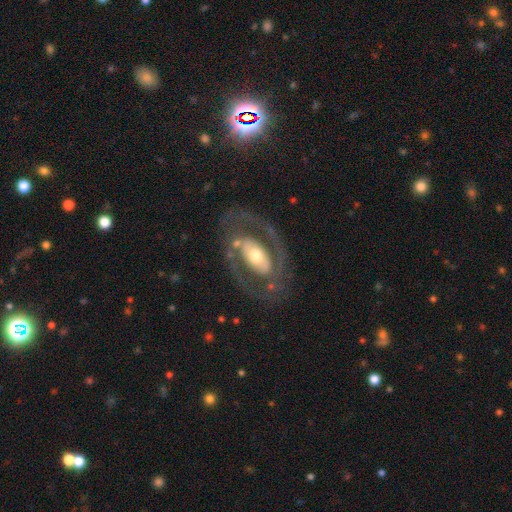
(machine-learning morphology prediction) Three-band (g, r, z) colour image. It shows a featured or disk galaxy (77%) with no bar (47%), spiral arms (57%) and a moderate central bulge (63%). Merging: none (72%).